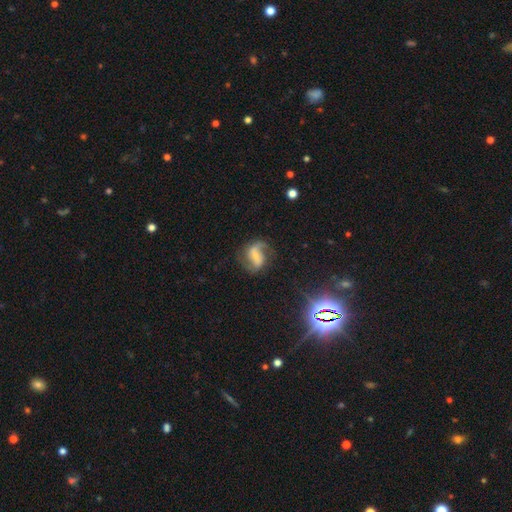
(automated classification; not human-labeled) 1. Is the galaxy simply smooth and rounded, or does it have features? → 70% featured or disk, 20% smooth, 10% star or artifact.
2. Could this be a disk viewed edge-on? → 96% no, 4% yes.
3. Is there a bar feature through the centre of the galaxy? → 39% strong, 37% weak, 23% no.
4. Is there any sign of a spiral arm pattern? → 90% yes, 10% no.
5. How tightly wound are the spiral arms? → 45% loose, 40% medium, 15% tight.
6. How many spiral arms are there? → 81% 2, 9% 1, 6% can't tell, 2% 3, 1% 4, 1% more than 4.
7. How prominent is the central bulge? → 45% small, 25% none, 21% moderate, 6% large, 2% dominant.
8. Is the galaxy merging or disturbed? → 63% none, 19% minor disturbance, 15% major disturbance, 3% merger.